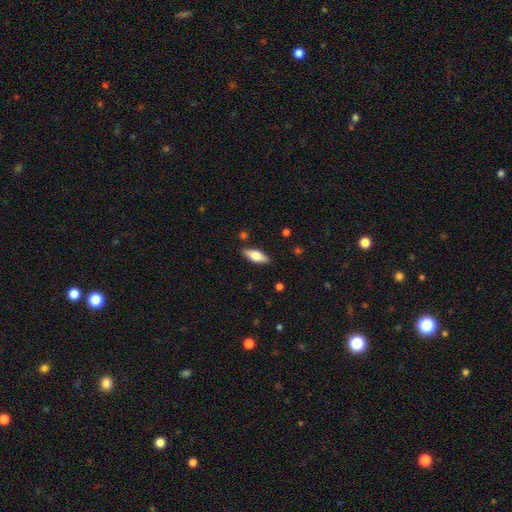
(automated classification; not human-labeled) A smooth galaxy with no disk features (69%) that is in between round and cigar-shaped (73%). Merging: none (87%).